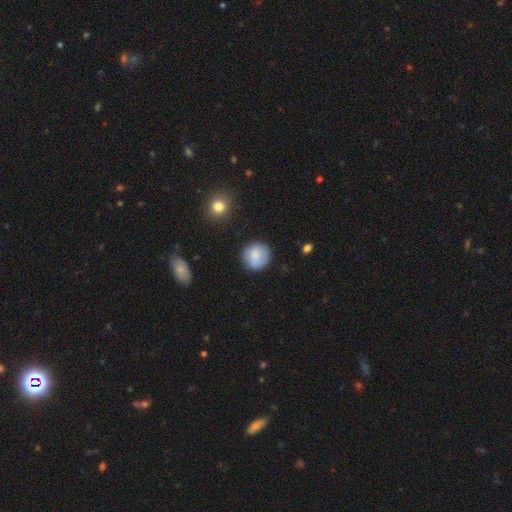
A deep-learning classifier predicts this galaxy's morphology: Smooth or featured: smooth — 82% (featured or disk — 11%)
How rounded: round — 92% (in between — 7%)
Merging: none — 84% (minor disturbance — 11%)